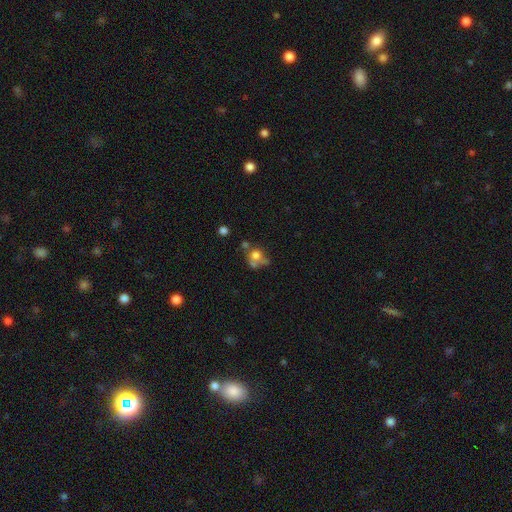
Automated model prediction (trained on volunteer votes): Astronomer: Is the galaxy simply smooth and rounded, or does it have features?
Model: smooth — 64%.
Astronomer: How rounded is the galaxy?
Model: round — 74%.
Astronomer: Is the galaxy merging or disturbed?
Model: none — 35%, tied with merger at 35%.